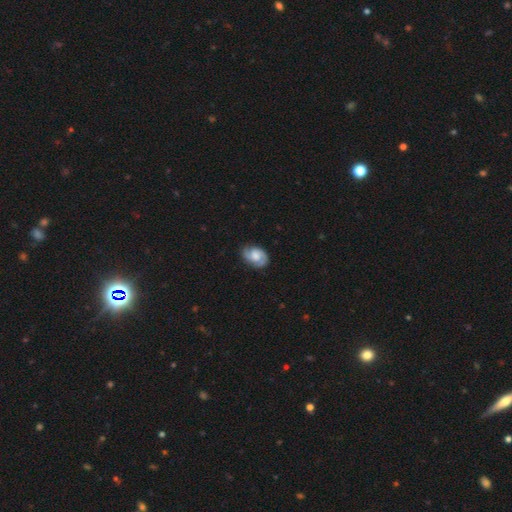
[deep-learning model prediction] Q: Smooth or featured?
A: featured or disk (67%); runner-up: smooth (26%)
Q: Edge-on disk?
A: no (97%); runner-up: yes (3%)
Q: Bar?
A: no (61%); runner-up: weak (33%)
Q: Spiral arms?
A: yes (93%); runner-up: no (7%)
Q: Spiral winding?
A: medium (45%); runner-up: tight (37%)
Q: Spiral arm count?
A: 2 (76%); runner-up: can't tell (10%)
Q: Bulge size?
A: moderate (36%); runner-up: large (29%)
Q: Merging?
A: none (76%); runner-up: minor disturbance (17%)